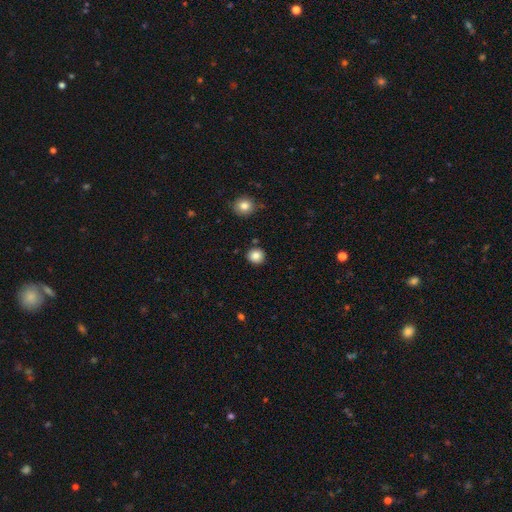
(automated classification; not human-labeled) The model was most divided on "smooth or featured": smooth: 86%, star or artifact: 10%, featured or disk: 4%. More confident: how rounded — round (89%); merging — none (89%).